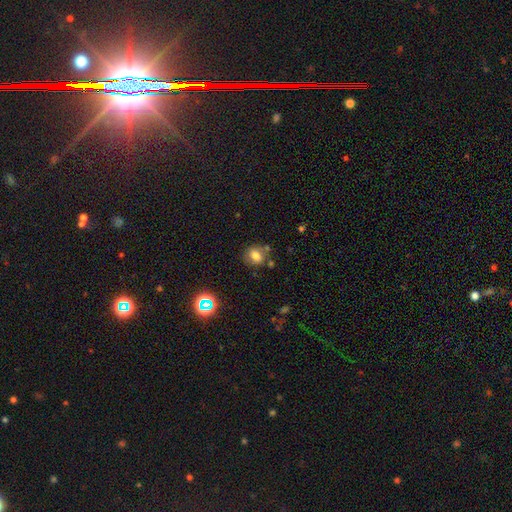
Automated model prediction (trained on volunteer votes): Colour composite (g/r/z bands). It shows a smooth galaxy with no disk features (71%) that is round (51%). Merging: none (68%).